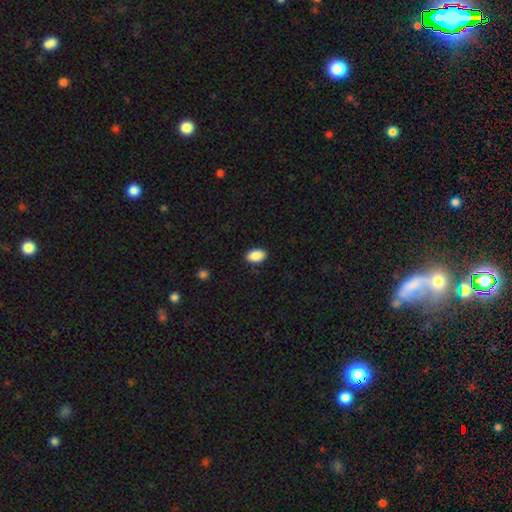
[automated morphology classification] Smooth or featured? smooth (89%)
How rounded? in between (91%)
Merging? none (89%)